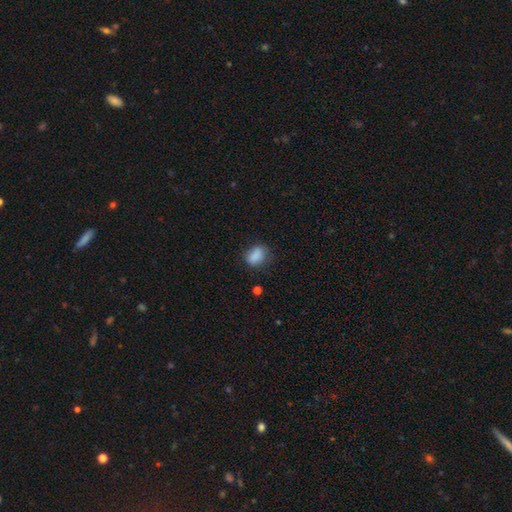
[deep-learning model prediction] The model was most divided on "merging": none: 69%, minor disturbance: 23%, major disturbance: 6%, merger: 2%. More confident: smooth or featured — smooth (86%); how rounded — in between (75%).